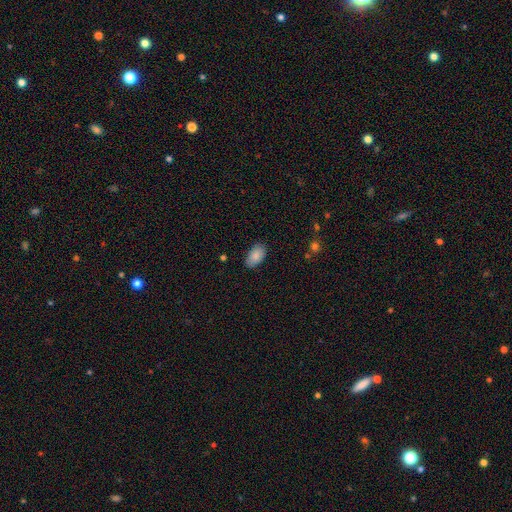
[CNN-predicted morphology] The model was most divided on "merging": none: 85%, minor disturbance: 12%, major disturbance: 2%, merger: 1%. More confident: how rounded — in between (94%); smooth or featured — smooth (87%).